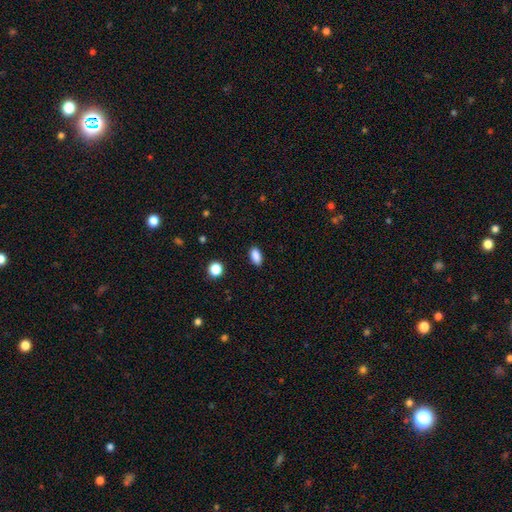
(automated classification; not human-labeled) A smooth galaxy with no disk features (88%) that is in between round and cigar-shaped (90%). Merging: none (88%).